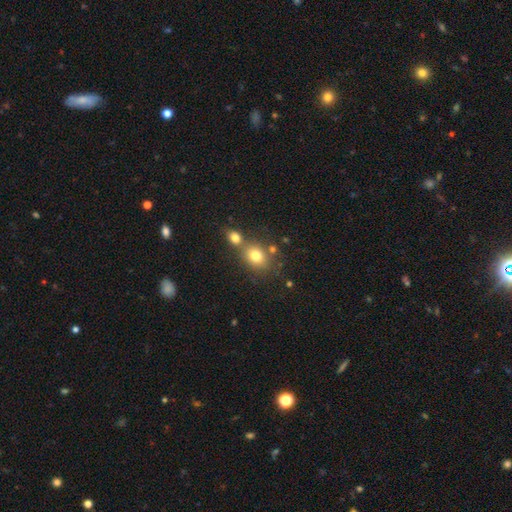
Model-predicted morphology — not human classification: smooth_or_featured: smooth (p=0.76) [alt: star or artifact p=0.13]
how_rounded: round (p=0.56) [alt: in between p=0.43]
merging: none (p=0.51) [alt: merger p=0.35]